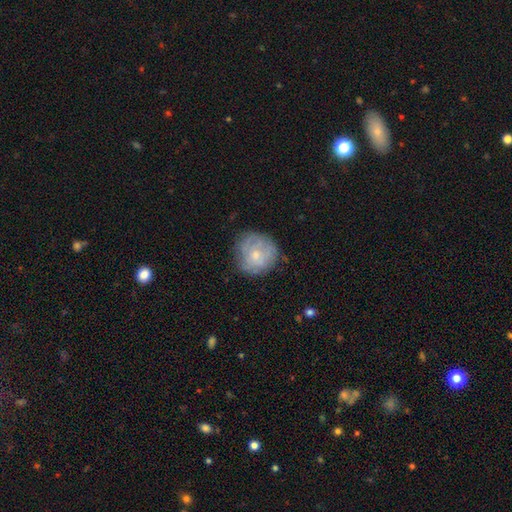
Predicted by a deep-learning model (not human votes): Morphology: type=smooth (51%); roundness=round (90%); merging=none (75%).